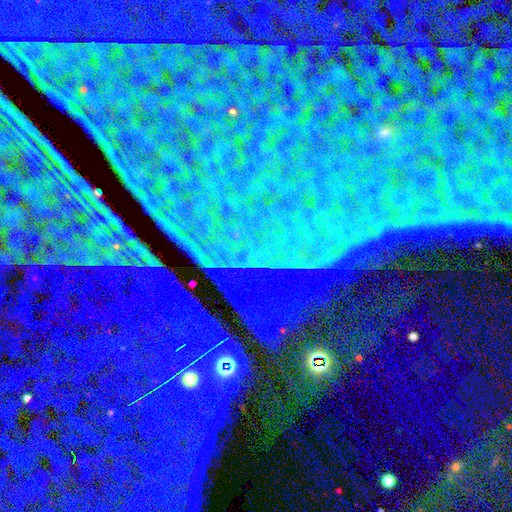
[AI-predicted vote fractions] This appears to be a star or artifact, not a galaxy (87%).